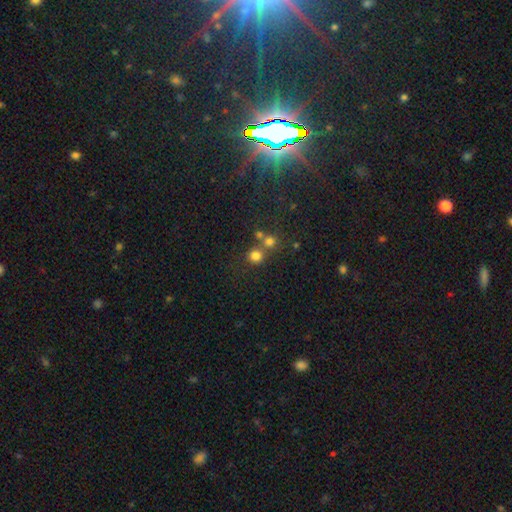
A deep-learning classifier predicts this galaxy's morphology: type=smooth (76%); roundness=round (87%); merging=none (58%).